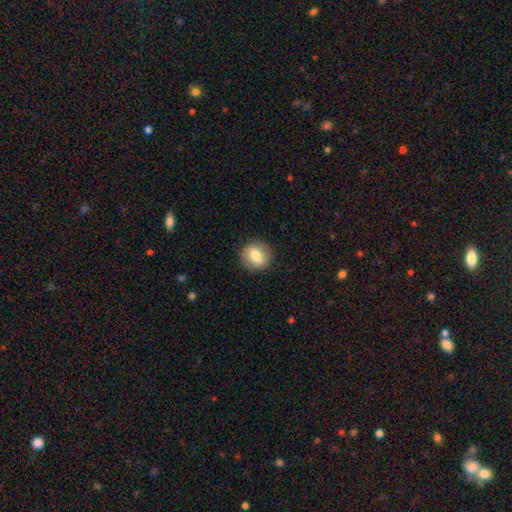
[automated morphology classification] This appears to be a smooth galaxy with no disk features (73%) that is round (84%). Merging: none (89%).